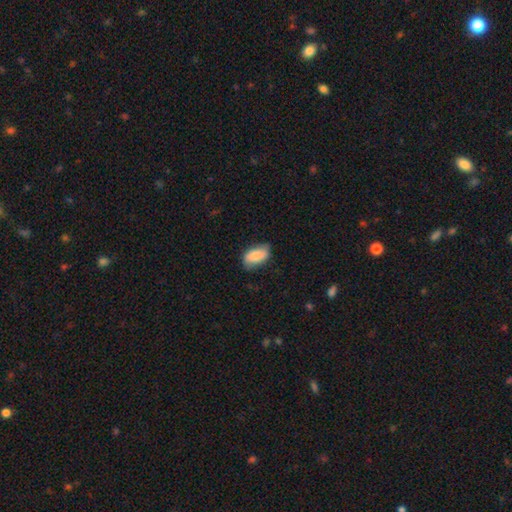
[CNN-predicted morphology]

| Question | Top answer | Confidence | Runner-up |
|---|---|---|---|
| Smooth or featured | smooth | 83% | featured or disk (10%) |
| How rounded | in between | 92% | round (4%) |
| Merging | none | 70% | minor disturbance (25%) |